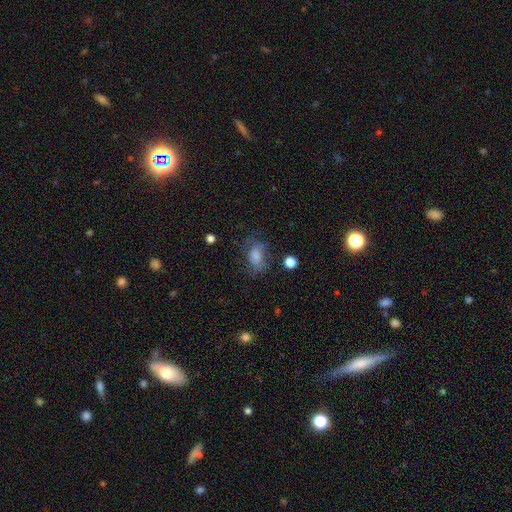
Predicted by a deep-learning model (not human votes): smooth-or-featured: smooth: 53% | featured or disk: 27% | star or artifact: 19%
  how-rounded: in between: 78% | round: 19% | cigar-shaped: 3%
  merging: none: 59% | minor disturbance: 23% | major disturbance: 16% | merger: 2%